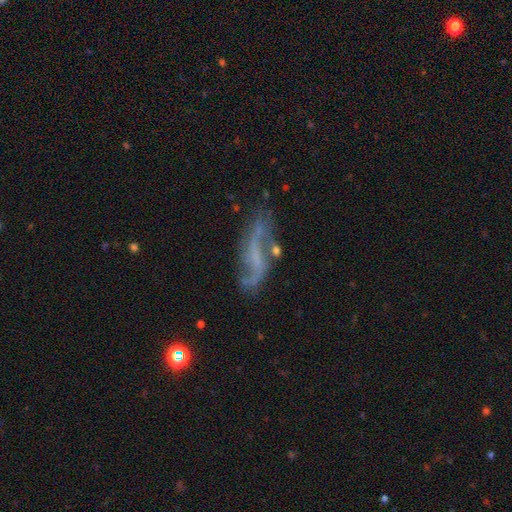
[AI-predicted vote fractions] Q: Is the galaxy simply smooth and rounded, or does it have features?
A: featured or disk — 75%.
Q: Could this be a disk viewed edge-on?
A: no — 88%.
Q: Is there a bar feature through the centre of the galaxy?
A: weak — 37%.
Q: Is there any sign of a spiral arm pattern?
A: yes — 85%.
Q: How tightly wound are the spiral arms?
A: loose — 75%.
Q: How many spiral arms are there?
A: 2 — 83%.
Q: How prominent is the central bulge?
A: none — 63%.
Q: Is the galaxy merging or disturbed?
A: none — 56%.